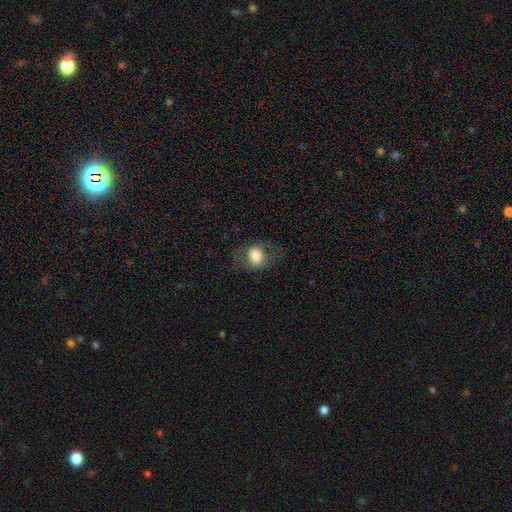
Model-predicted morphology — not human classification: Smooth or featured? Predicted: smooth (p=0.68). How rounded? Predicted: in between (p=0.50). Merging? Predicted: none (p=0.68).